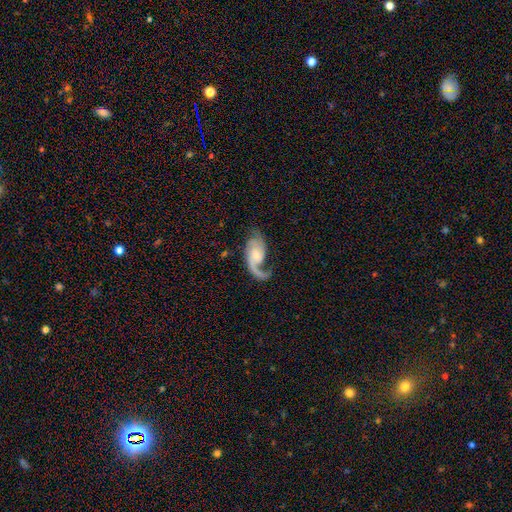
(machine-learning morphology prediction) Smooth or featured? featured or disk (85%)
Edge-on disk? no (97%)
Bar? no (65%)
Spiral arms? yes (96%)
Spiral winding? loose (49%)
Spiral arm count? 2 (50%)
Bulge size? small (48%)
Merging? none (48%)